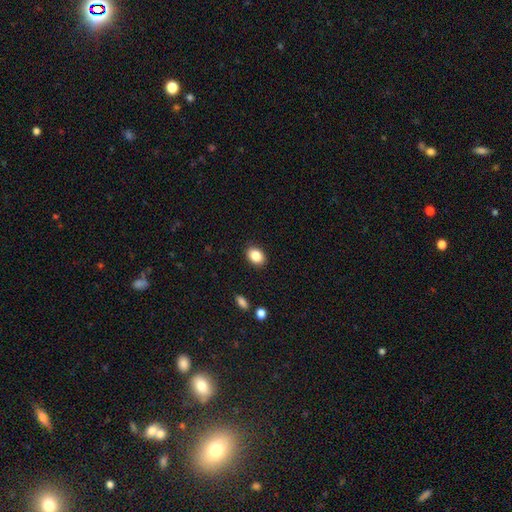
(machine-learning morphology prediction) Overall: smooth (85%). How rounded: in between (66%; round 33%). Merging: none (88%).